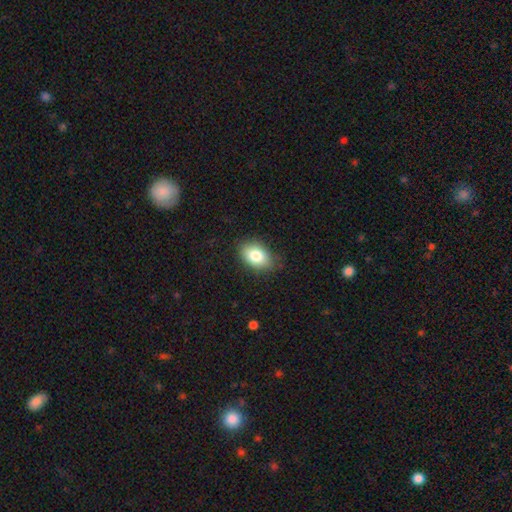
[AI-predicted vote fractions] Smooth or featured? Predicted: smooth (p=0.82). How rounded? Predicted: in between (p=0.87). Merging? Predicted: none (p=0.78).